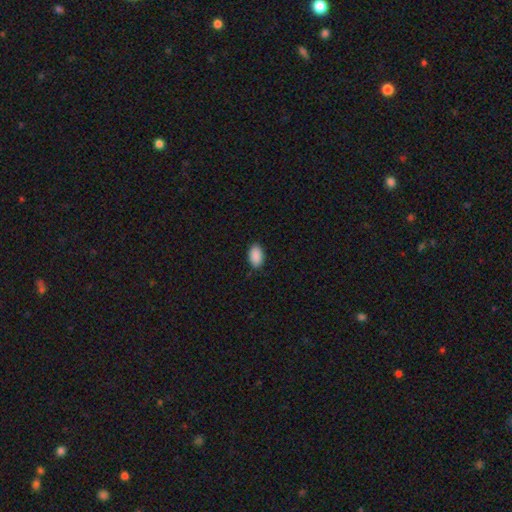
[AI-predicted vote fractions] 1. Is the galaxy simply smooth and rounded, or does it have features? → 91% smooth, 7% star or artifact, 2% featured or disk.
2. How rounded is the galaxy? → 93% in between, 5% round, 1% cigar-shaped.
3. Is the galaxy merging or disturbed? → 87% none, 10% minor disturbance, 2% major disturbance, 1% merger.